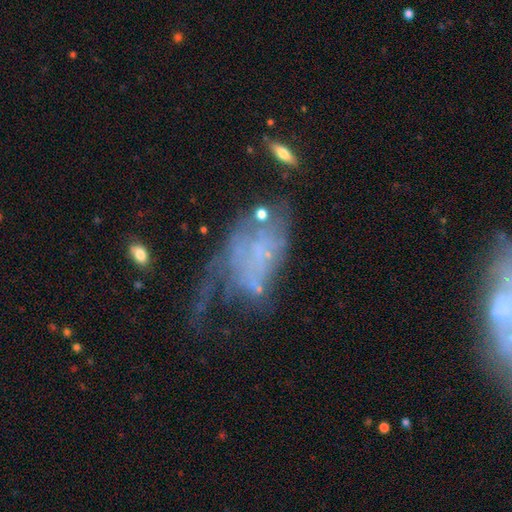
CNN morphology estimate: Smooth or featured? Predicted: featured or disk (p=0.56). Edge-on disk? Predicted: no (p=0.95). Bar? Predicted: no (p=0.87). Spiral arms? Predicted: no (p=0.75). Bulge size? Predicted: none (p=0.78). Merging? Predicted: major disturbance (p=0.55).